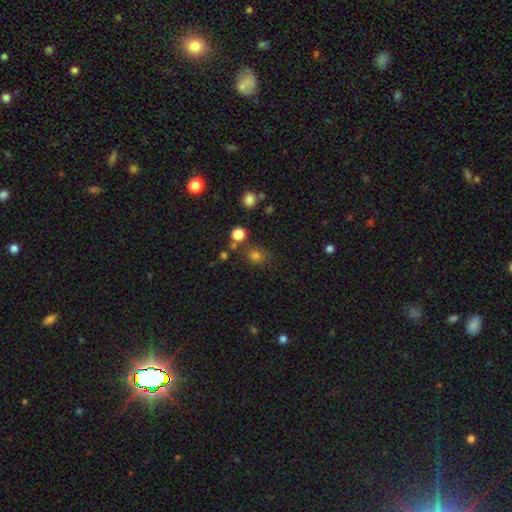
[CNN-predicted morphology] This appears to be a smooth galaxy with no disk features (74%) that is round (77%). Merging: none (75%).